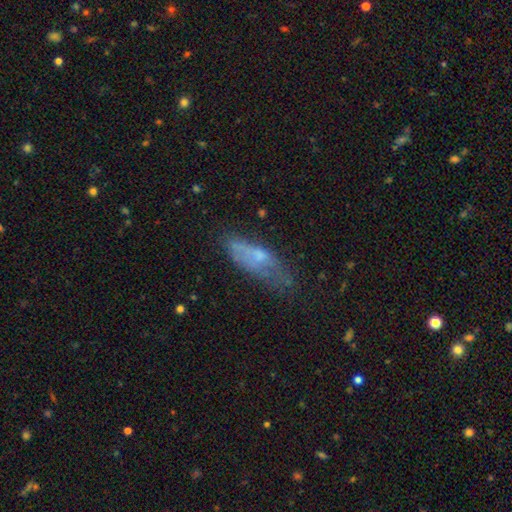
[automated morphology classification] This is possibly a smooth galaxy (53%). How rounded: possibly in between (53%). Merging: marginally none (43%).